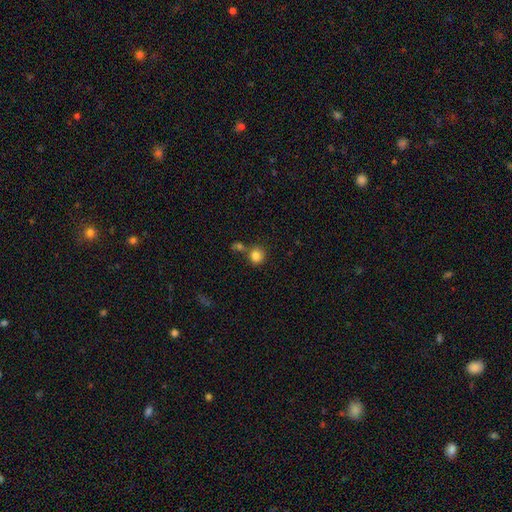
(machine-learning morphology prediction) Q: Smooth or featured?
A: smooth (83%); runner-up: star or artifact (10%)
Q: How rounded?
A: round (86%); runner-up: in between (13%)
Q: Merging?
A: none (65%); runner-up: merger (21%)